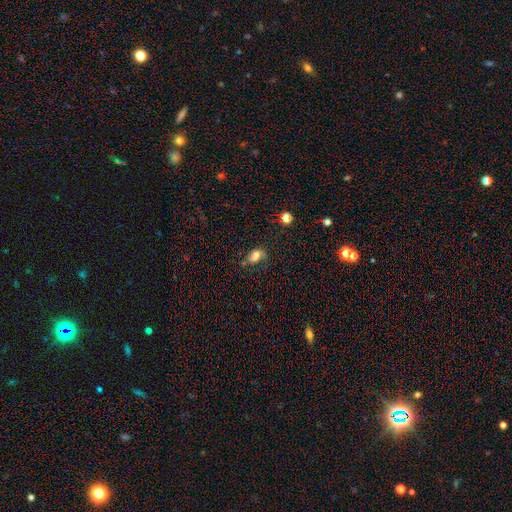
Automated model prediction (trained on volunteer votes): smooth_or_featured: smooth (p=0.67) [alt: featured or disk p=0.18]
how_rounded: in between (p=0.79) [alt: round p=0.19]
merging: none (p=0.44) [alt: minor disturbance p=0.29]